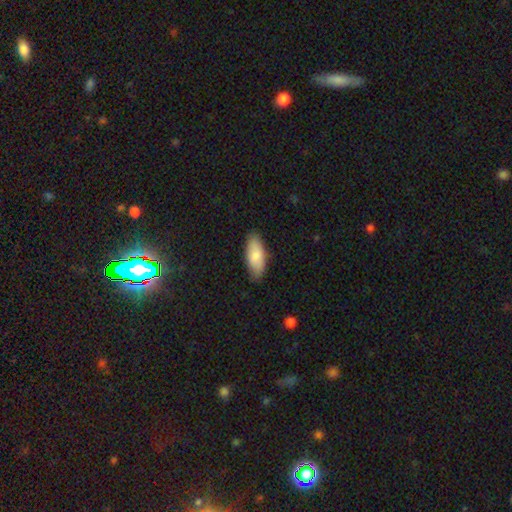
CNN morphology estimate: A smooth galaxy with no disk features (81%) that is in between round and cigar-shaped (82%).

Vote fractions:
- Smooth or featured? smooth: 81% / featured or disk: 13% / star or artifact: 6%
- How rounded? in between: 82% / cigar-shaped: 17% / round: 2%
- Merging? none: 82% / minor disturbance: 14% / major disturbance: 2% / merger: 1%